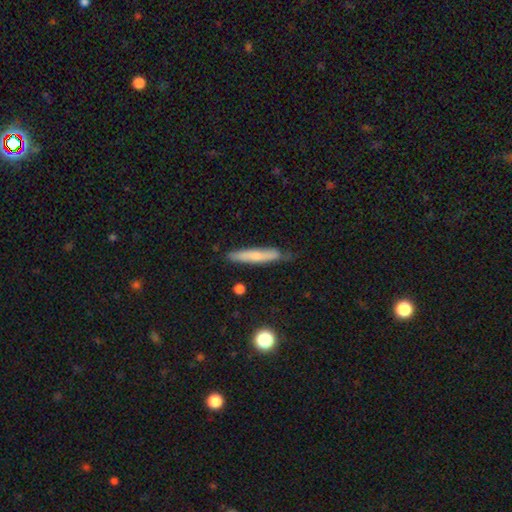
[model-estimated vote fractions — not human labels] Smooth or featured: smooth — 62% (featured or disk — 32%)
How rounded: cigar-shaped — 91% (in between — 7%)
Merging: none — 77% (minor disturbance — 18%)